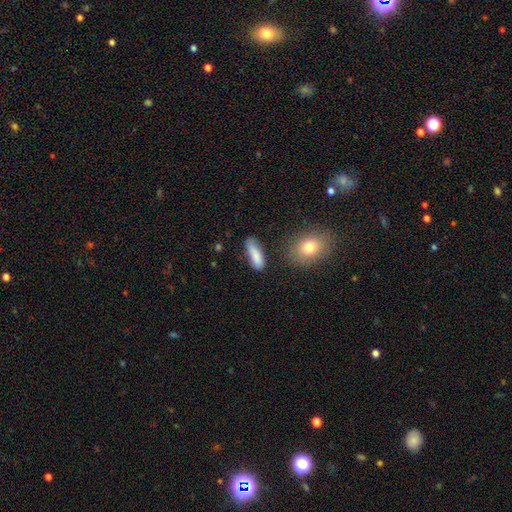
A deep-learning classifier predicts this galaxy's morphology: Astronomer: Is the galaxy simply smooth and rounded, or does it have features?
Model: smooth — 83%.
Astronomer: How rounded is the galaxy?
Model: in between — 55% (runner-up: cigar-shaped, 42%).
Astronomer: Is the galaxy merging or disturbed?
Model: none — 66%.